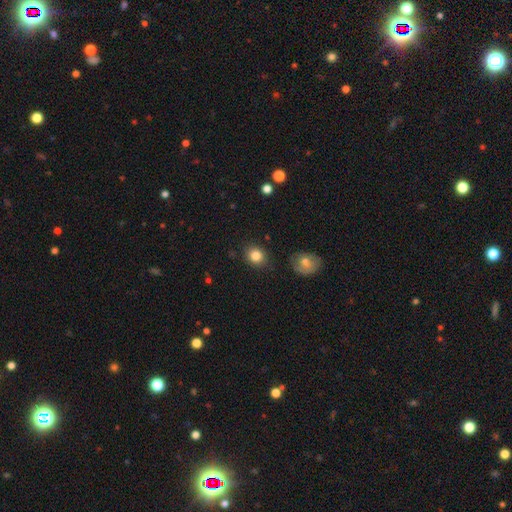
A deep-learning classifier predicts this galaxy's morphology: Q: Smooth or featured?
A: smooth (84%); runner-up: star or artifact (10%)
Q: How rounded?
A: round (69%); runner-up: in between (30%)
Q: Merging?
A: none (85%); runner-up: minor disturbance (10%)